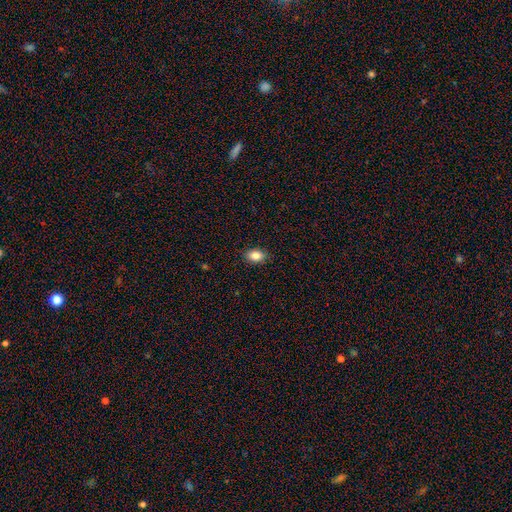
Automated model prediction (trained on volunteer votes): This is clearly a smooth galaxy (84%). How rounded: clearly in between (83%). Merging: clearly none (88%).